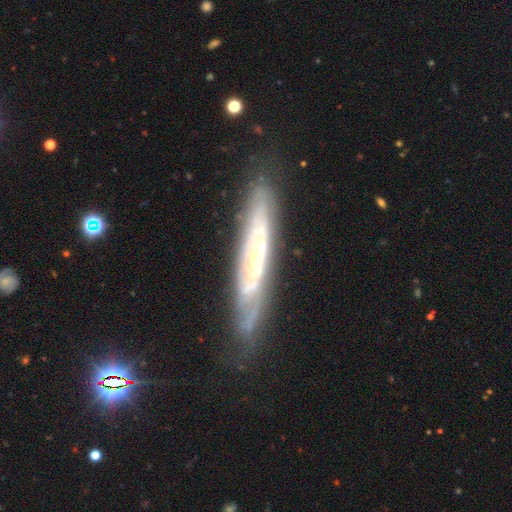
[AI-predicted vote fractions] featured or disk 78%, smooth 15%, star or artifact 7%. Down the decision tree: edge-on disk — no (53%); merging — none (76%).